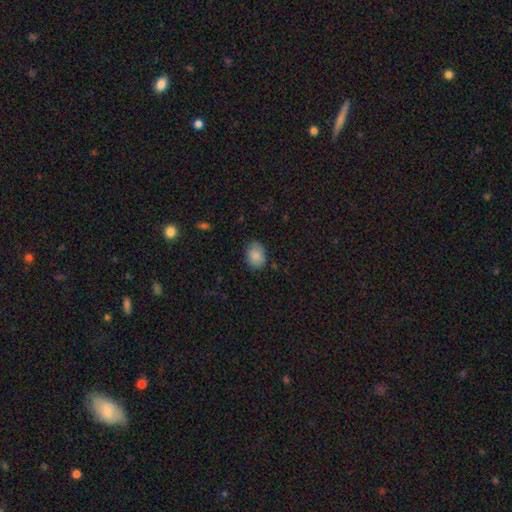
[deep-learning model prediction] Smooth or featured?
  - smooth: 87% *
  - star or artifact: 8%
  - featured or disk: 6%
How rounded?
  - in between: 76% *
  - round: 23%
  - cigar-shaped: 1%
Merging?
  - none: 78% *
  - minor disturbance: 18%
  - major disturbance: 3%
  - merger: 1%